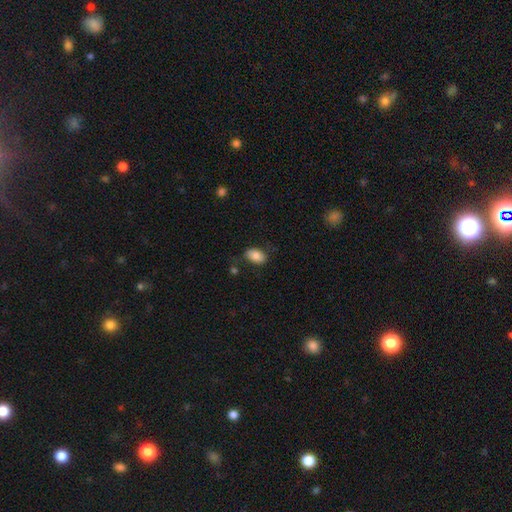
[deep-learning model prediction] smooth-or-featured: smooth: 83% | featured or disk: 10% | star or artifact: 8%
  how-rounded: in between: 89% | round: 9% | cigar-shaped: 1%
  merging: none: 75% | minor disturbance: 17% | major disturbance: 5% | merger: 3%